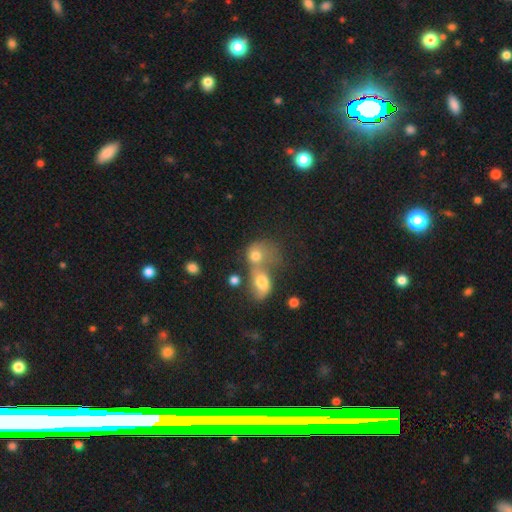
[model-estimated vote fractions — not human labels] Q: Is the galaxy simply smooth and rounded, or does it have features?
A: smooth — 69%.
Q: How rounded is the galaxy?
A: round — 51%.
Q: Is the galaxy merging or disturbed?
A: merger — 71%.